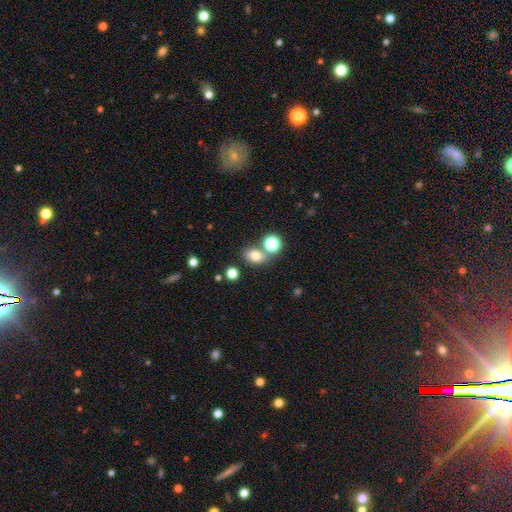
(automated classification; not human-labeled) Morphology: type=smooth (74%); roundness=in between (64%); merging=none (61%).